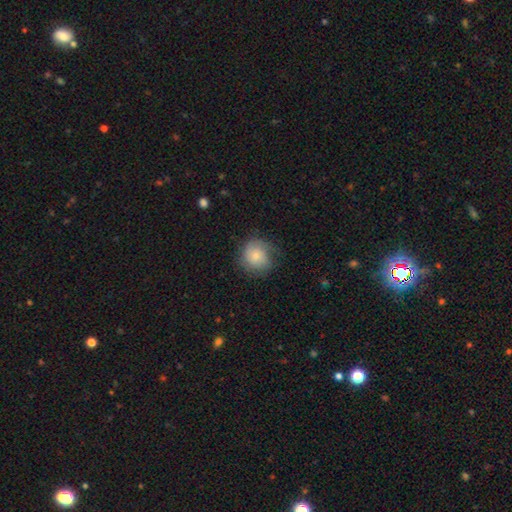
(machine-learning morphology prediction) Smooth or featured?
  - smooth: 75% *
  - featured or disk: 17%
  - star or artifact: 7%
How rounded?
  - round: 83% *
  - in between: 16%
  - cigar-shaped: 1%
Merging?
  - none: 61% *
  - minor disturbance: 26%
  - major disturbance: 12%
  - merger: 1%